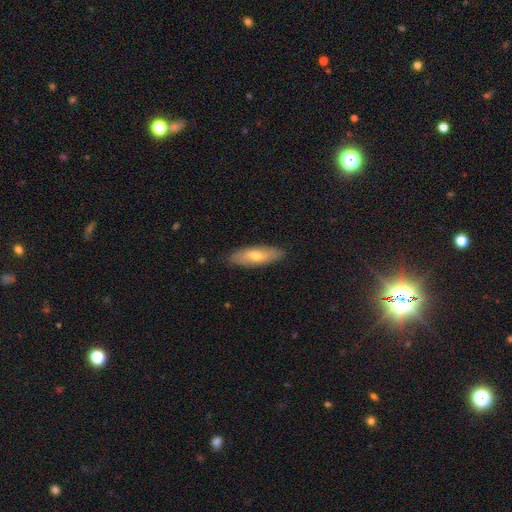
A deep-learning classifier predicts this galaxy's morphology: The model was most divided on "how rounded": in between: 55%, cigar-shaped: 43%, round: 3%. More confident: merging — none (85%); smooth or featured — smooth (58%).